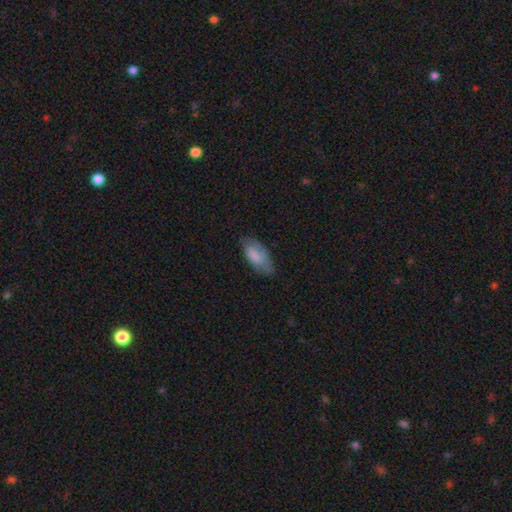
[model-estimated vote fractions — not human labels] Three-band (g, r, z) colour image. It shows a smooth galaxy with no disk features (76%) that is in between round and cigar-shaped (88%). Merging: none (63%).